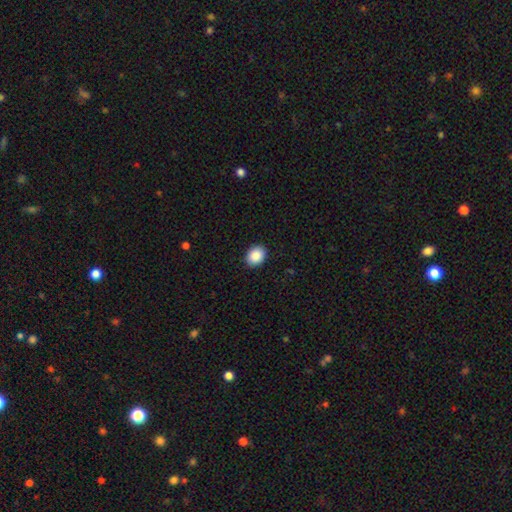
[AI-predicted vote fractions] smooth-or-featured: smooth: 90% | star or artifact: 8% | featured or disk: 3%
  how-rounded: in between: 58% | round: 41% | cigar-shaped: 1%
  merging: none: 90% | minor disturbance: 7% | major disturbance: 2% | merger: 1%